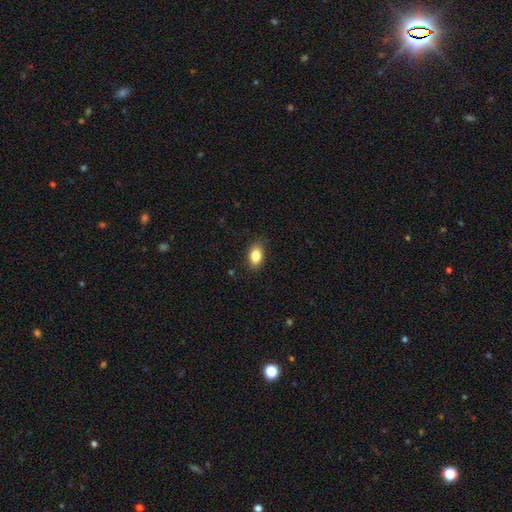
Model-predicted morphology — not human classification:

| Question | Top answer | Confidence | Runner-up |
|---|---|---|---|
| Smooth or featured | smooth | 84% | featured or disk (8%) |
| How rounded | in between | 87% | round (10%) |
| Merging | none | 85% | minor disturbance (11%) |